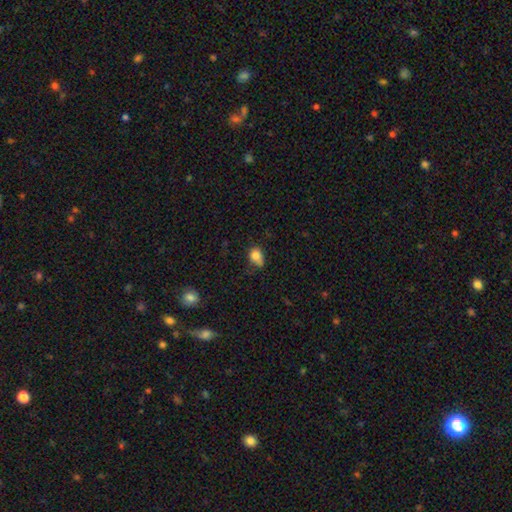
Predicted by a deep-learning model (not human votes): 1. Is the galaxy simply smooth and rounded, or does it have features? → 80% smooth, 11% star or artifact, 9% featured or disk.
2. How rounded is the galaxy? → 59% in between, 39% round, 2% cigar-shaped.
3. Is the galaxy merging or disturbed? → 43% none, 37% minor disturbance, 13% major disturbance, 6% merger.